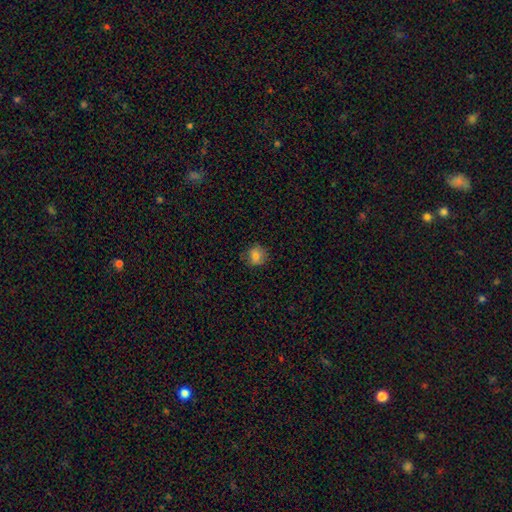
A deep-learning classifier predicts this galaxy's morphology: smooth-or-featured: smooth: 80% | star or artifact: 11% | featured or disk: 9%
  how-rounded: round: 83% | in between: 16% | cigar-shaped: 1%
  merging: none: 81% | minor disturbance: 15% | major disturbance: 3% | merger: 1%